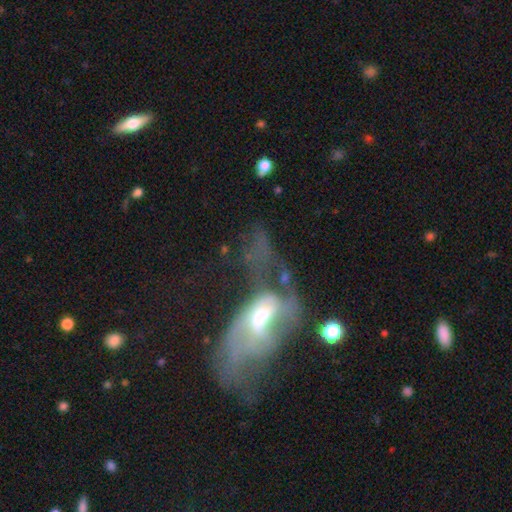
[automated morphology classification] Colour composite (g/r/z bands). It shows a featured or disk galaxy (57%) with no bar (55%), no spiral arms (65%) and a moderate central bulge (60%). Merging: major disturbance (54%).